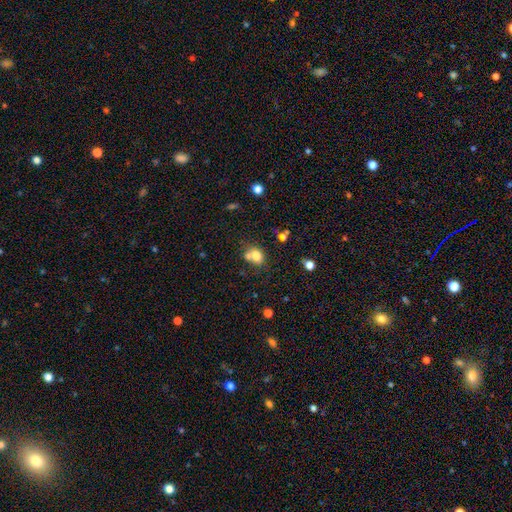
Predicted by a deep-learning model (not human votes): This is likely a smooth galaxy (75%). How rounded: possibly round (56%). Merging: marginally none (42%).